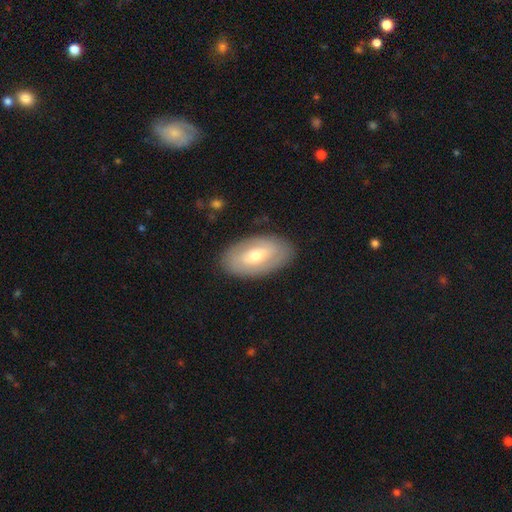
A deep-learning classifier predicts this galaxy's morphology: The model was most divided on "smooth or featured": featured or disk: 49%, smooth: 45%, star or artifact: 6%. More confident: merging — none (86%).